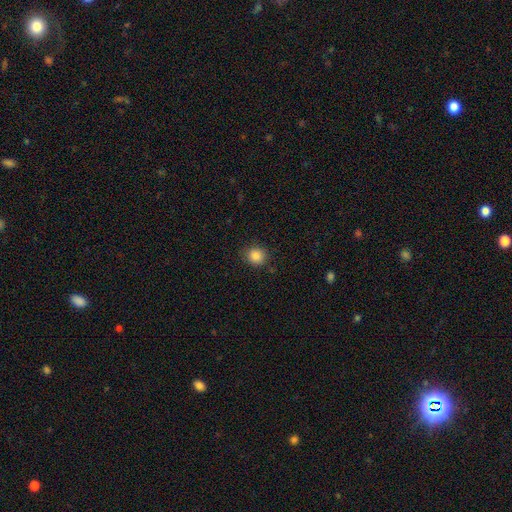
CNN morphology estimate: Overall: smooth (86%). How rounded: round (87%). Merging: none (87%).